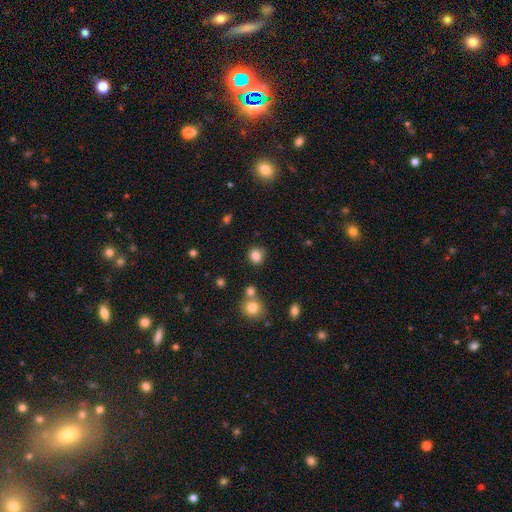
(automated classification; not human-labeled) Smooth or featured? smooth (84%)
How rounded? round (73%)
Merging? none (78%)